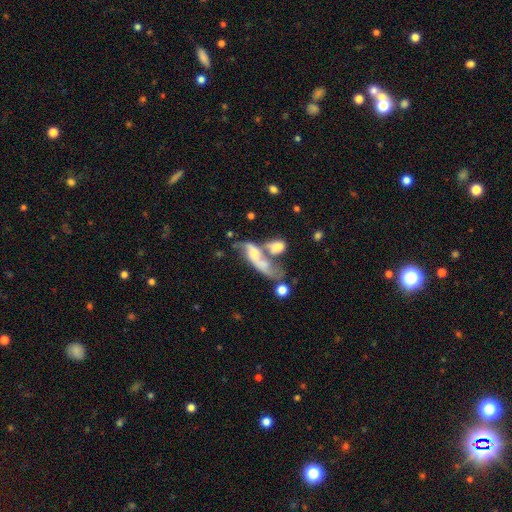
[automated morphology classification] Smooth or featured? Predicted: featured or disk (p=0.60). Edge-on disk? Predicted: no (p=0.84). Bar? Predicted: no (p=0.63). Spiral arms? Predicted: yes (p=0.69). Bulge size? Predicted: small (p=0.37). Merging? Predicted: merger (p=0.52).